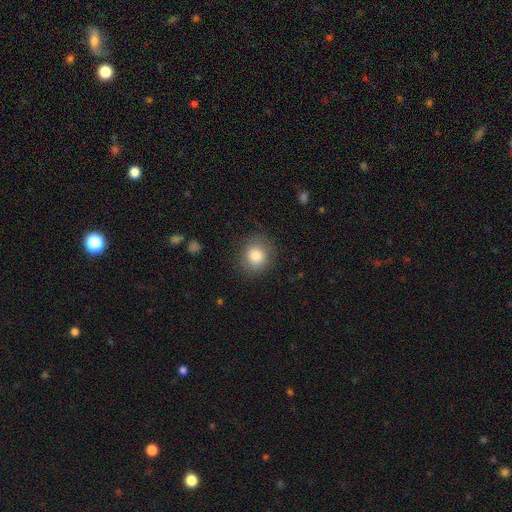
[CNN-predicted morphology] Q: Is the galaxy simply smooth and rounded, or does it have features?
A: smooth — 84%.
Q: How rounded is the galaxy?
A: round — 83%.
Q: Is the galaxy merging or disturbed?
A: none — 86%.